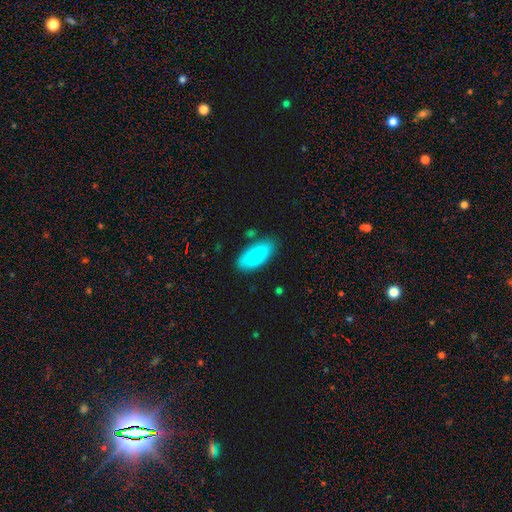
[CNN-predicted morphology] Smooth or featured: smooth — 85% (featured or disk — 9%)
How rounded: in between — 87% (cigar-shaped — 11%)
Merging: none — 79% (minor disturbance — 15%)